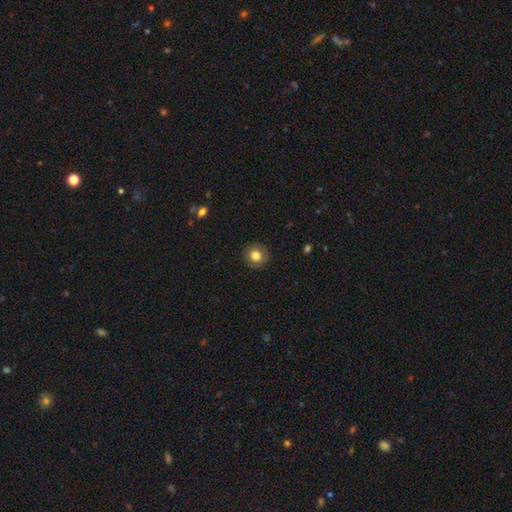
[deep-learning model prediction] Smooth or featured?
  - smooth: 77% *
  - featured or disk: 14%
  - star or artifact: 9%
How rounded?
  - round: 91% *
  - in between: 8%
  - cigar-shaped: 1%
Merging?
  - none: 89% *
  - minor disturbance: 8%
  - major disturbance: 2%
  - merger: 1%